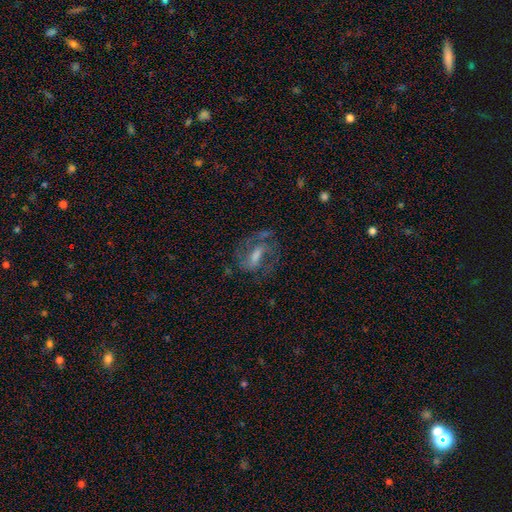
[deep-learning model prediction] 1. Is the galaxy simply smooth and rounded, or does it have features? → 70% featured or disk, 19% smooth, 11% star or artifact.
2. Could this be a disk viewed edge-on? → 93% no, 7% yes.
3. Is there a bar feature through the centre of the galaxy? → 44% weak, 36% strong, 20% no.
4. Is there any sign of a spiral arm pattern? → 85% yes, 15% no.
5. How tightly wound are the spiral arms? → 52% medium, 26% tight, 23% loose.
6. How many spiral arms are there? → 74% 2, 14% can't tell, 6% 1, 3% 3, 1% 4, 1% more than 4.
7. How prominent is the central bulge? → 39% moderate, 28% small, 16% none, 15% large, 2% dominant.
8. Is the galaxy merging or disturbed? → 62% none, 18% minor disturbance, 17% major disturbance, 2% merger.